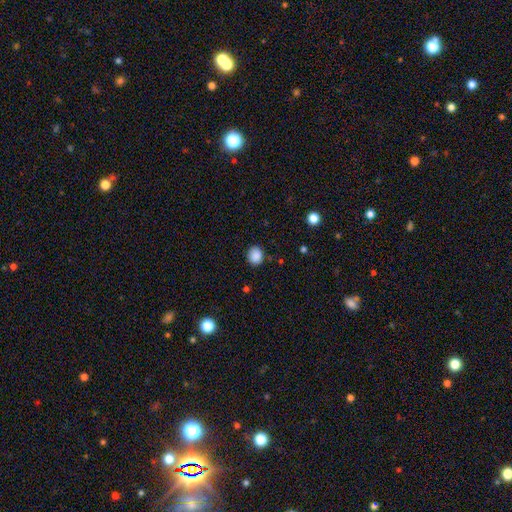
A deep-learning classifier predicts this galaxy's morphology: Smooth or featured? smooth (87%)
How rounded? round (70%)
Merging? none (86%)